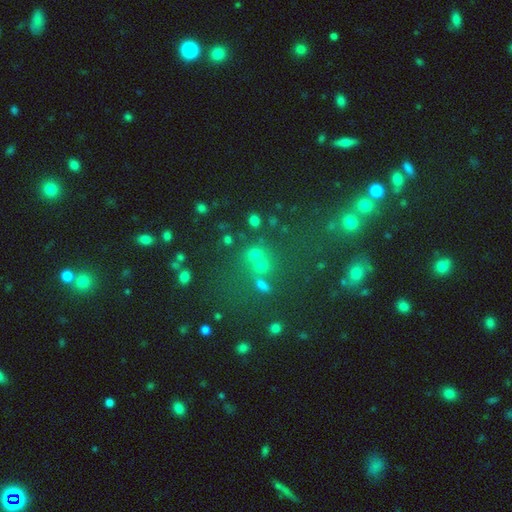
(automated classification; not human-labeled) This is possibly a smooth galaxy (49%). Merging: possibly none (59%).